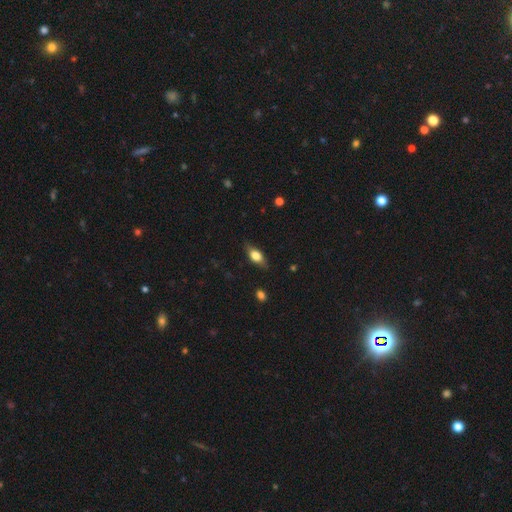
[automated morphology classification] Smooth or featured?
  - smooth: 65% *
  - featured or disk: 27%
  - star or artifact: 8%
How rounded?
  - in between: 79% *
  - cigar-shaped: 14%
  - round: 7%
Merging?
  - none: 79% *
  - minor disturbance: 16%
  - major disturbance: 4%
  - merger: 1%